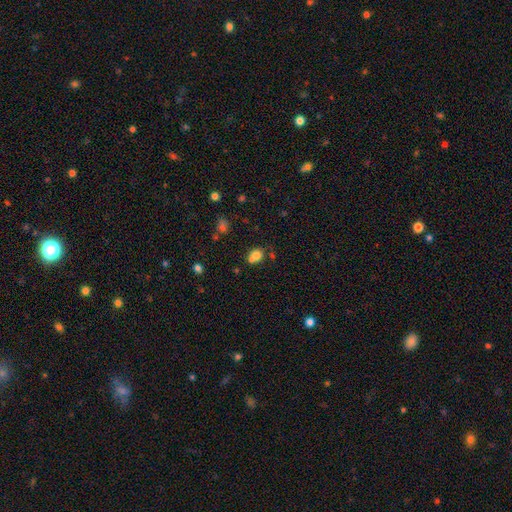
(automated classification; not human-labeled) A smooth galaxy with no disk features (77%) that is round (52%).

Vote fractions:
- Smooth or featured? smooth: 77% / star or artifact: 13% / featured or disk: 11%
- How rounded? round: 52% / in between: 47% / cigar-shaped: 1%
- Merging? none: 45% / merger: 29% / minor disturbance: 19% / major disturbance: 7%